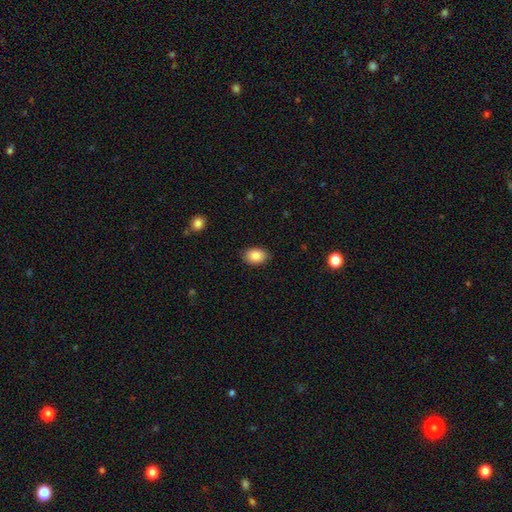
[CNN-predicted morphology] Smooth or featured: smooth — 87% (star or artifact — 8%)
How rounded: in between — 79% (round — 20%)
Merging: none — 87% (minor disturbance — 10%)